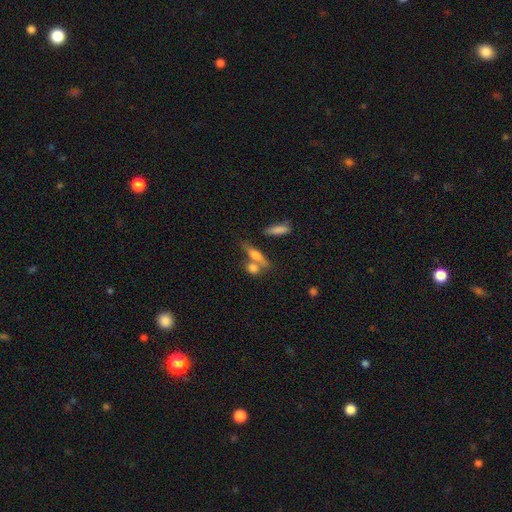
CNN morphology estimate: This is likely a smooth galaxy (67%). How rounded: marginally in between (45%). Merging: possibly none (48%).